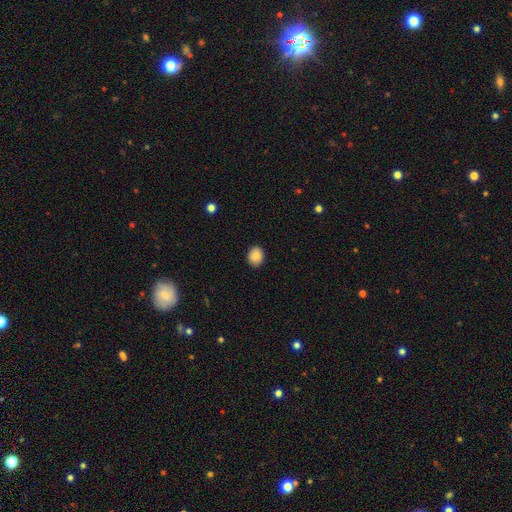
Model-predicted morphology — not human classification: smooth_or_featured: smooth (p=0.88) [alt: star or artifact p=0.08]
how_rounded: round (p=0.59) [alt: in between p=0.41]
merging: none (p=0.90) [alt: minor disturbance p=0.07]